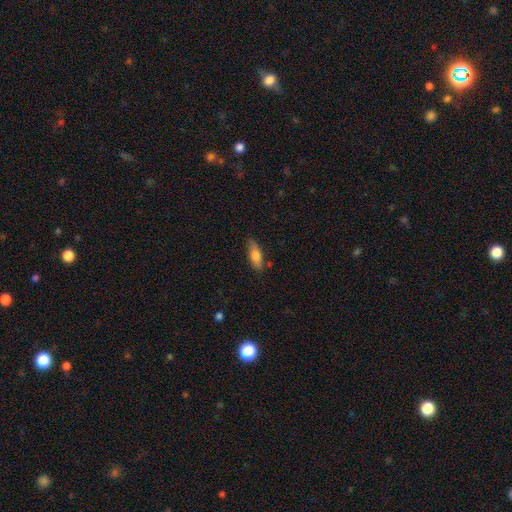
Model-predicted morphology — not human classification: Smooth or featured?
  - smooth: 75% *
  - featured or disk: 18%
  - star or artifact: 7%
How rounded?
  - in between: 65% *
  - cigar-shaped: 33%
  - round: 2%
Merging?
  - none: 72% *
  - minor disturbance: 21%
  - major disturbance: 4%
  - merger: 3%